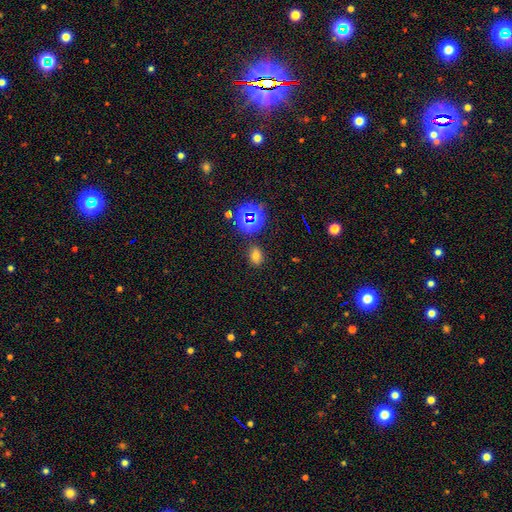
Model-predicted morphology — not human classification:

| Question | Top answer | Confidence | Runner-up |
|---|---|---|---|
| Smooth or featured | smooth | 65% | star or artifact (27%) |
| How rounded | in between | 64% | round (35%) |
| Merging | none | 83% | minor disturbance (10%) |